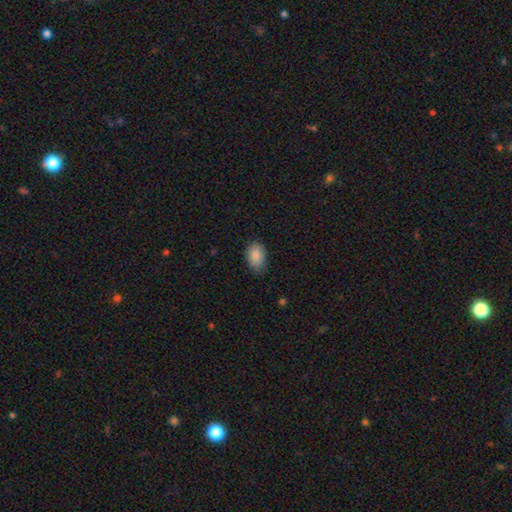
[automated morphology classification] smooth-or-featured: smooth: 88% | star or artifact: 7% | featured or disk: 5%
  how-rounded: in between: 90% | round: 9% | cigar-shaped: 1%
  merging: none: 79% | minor disturbance: 17% | major disturbance: 3% | merger: 1%